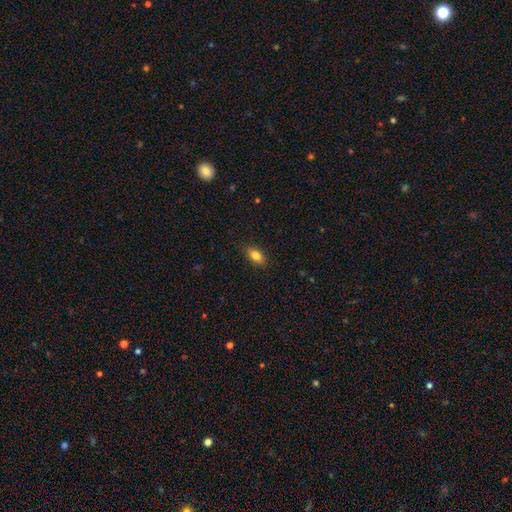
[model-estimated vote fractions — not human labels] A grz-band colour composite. It shows a smooth galaxy with no disk features (82%) that is in between round and cigar-shaped (87%). Merging: none (87%).